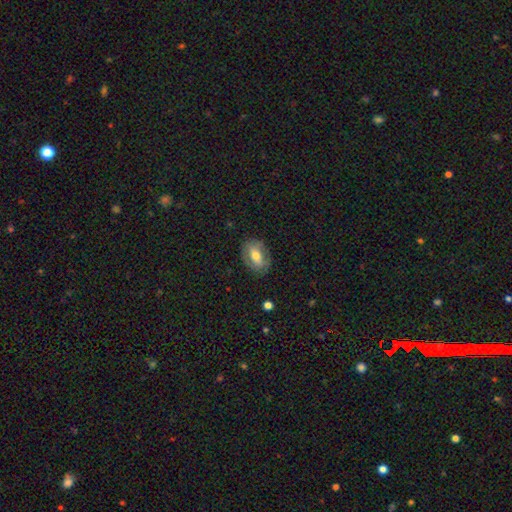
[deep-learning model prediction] Q: Smooth or featured?
A: smooth (49%); runner-up: featured or disk (43%)
Q: Merging?
A: none (78%); runner-up: minor disturbance (15%)